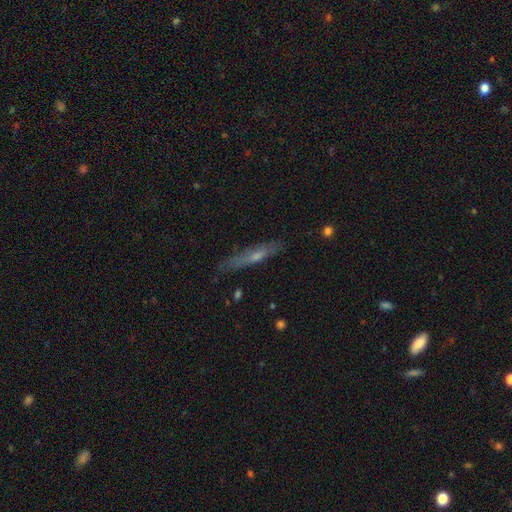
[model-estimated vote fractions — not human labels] Q: Smooth or featured?
A: featured or disk (50%); runner-up: smooth (41%)
Q: Edge-on disk?
A: yes (85%); runner-up: no (15%)
Q: Merging?
A: none (80%); runner-up: minor disturbance (15%)